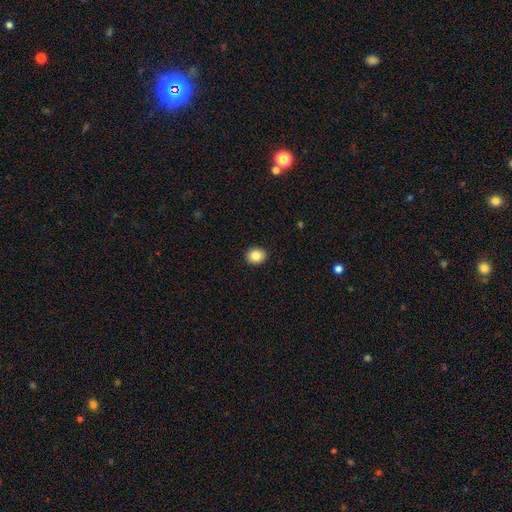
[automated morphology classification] smooth_or_featured: smooth (p=0.85) [alt: star or artifact p=0.09]
how_rounded: round (p=0.68) [alt: in between p=0.31]
merging: none (p=0.92) [alt: minor disturbance p=0.06]